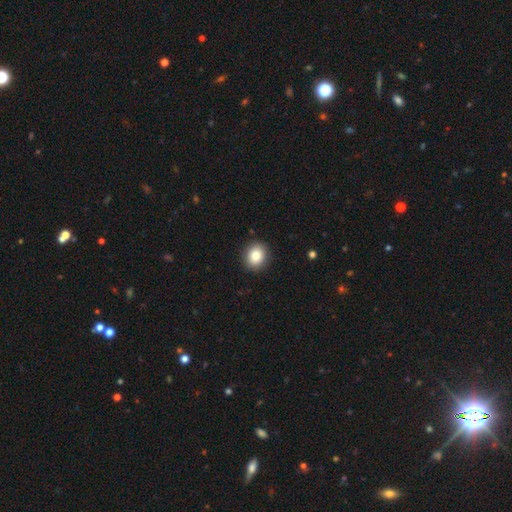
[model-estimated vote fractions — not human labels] Smooth or featured? smooth (83%)
How rounded? round (74%)
Merging? none (90%)